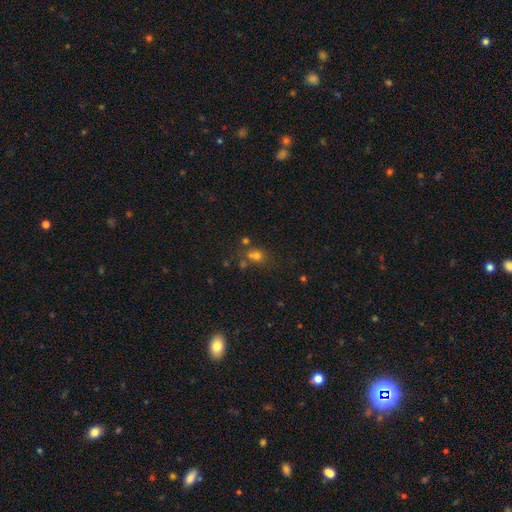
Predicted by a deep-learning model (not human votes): This is likely a smooth galaxy (64%). How rounded: likely round (68%). Merging: possibly none (49%).